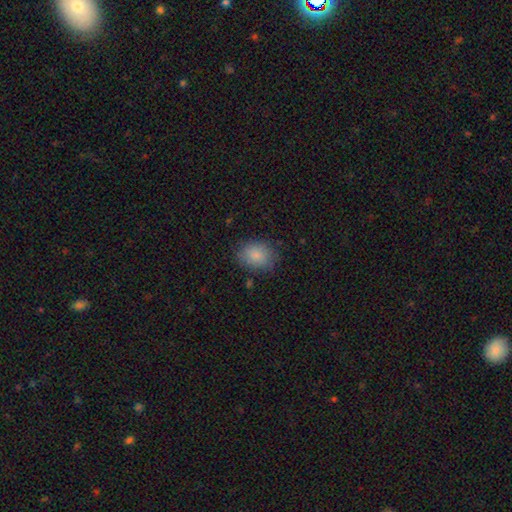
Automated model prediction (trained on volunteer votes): Smooth or featured?
  - smooth: 86% *
  - star or artifact: 8%
  - featured or disk: 6%
How rounded?
  - in between: 55% *
  - round: 44%
  - cigar-shaped: 1%
Merging?
  - none: 79% *
  - minor disturbance: 15%
  - major disturbance: 4%
  - merger: 1%